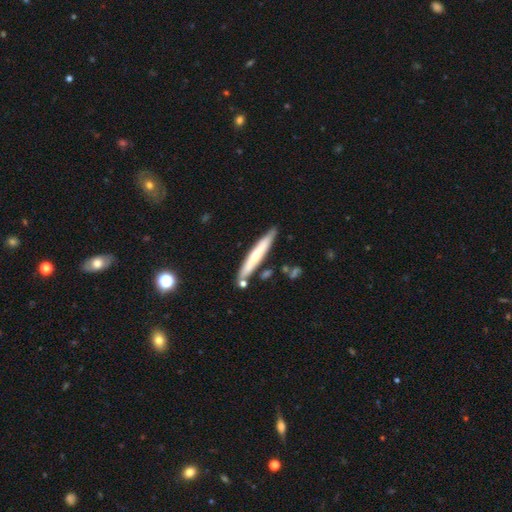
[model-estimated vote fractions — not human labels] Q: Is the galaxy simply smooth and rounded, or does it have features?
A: smooth — 51%.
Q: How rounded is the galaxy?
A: cigar-shaped — 93%.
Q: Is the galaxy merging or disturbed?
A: none — 80%.